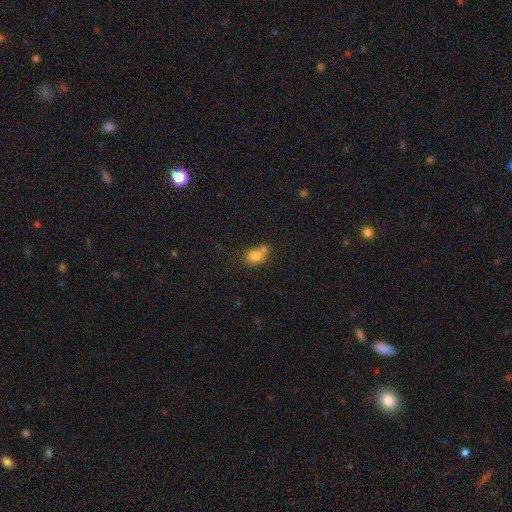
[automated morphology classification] type=smooth (78%); roundness=round (56%); merging=merger (46%).